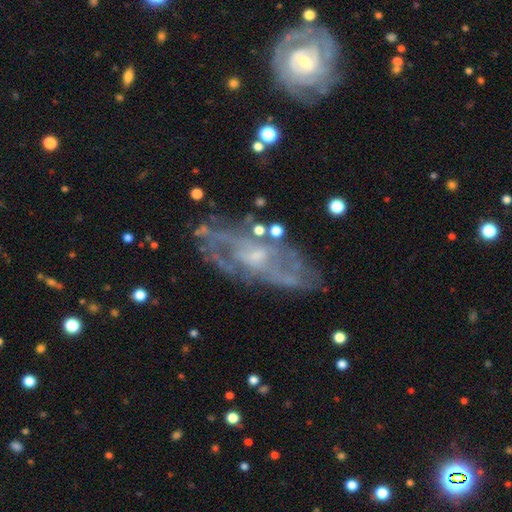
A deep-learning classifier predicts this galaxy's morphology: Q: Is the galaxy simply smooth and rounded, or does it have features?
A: featured or disk — 79%.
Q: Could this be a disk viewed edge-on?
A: no — 88%.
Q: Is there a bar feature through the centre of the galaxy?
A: no — 60%.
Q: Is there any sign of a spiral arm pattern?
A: yes — 80%.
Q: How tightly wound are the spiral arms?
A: tight — 49%.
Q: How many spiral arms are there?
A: can't tell — 50%.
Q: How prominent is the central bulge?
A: small — 62%.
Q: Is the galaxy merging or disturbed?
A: none — 72%.